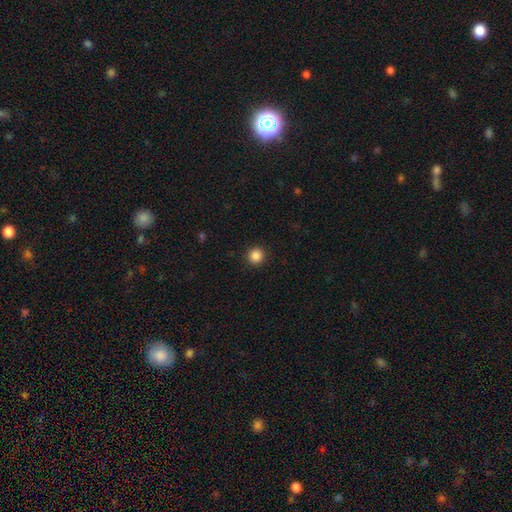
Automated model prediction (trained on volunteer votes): Smooth or featured?
  - smooth: 87% *
  - star or artifact: 11%
  - featured or disk: 3%
How rounded?
  - round: 94% *
  - in between: 5%
  - cigar-shaped: 1%
Merging?
  - none: 92% *
  - minor disturbance: 5%
  - major disturbance: 2%
  - merger: 1%